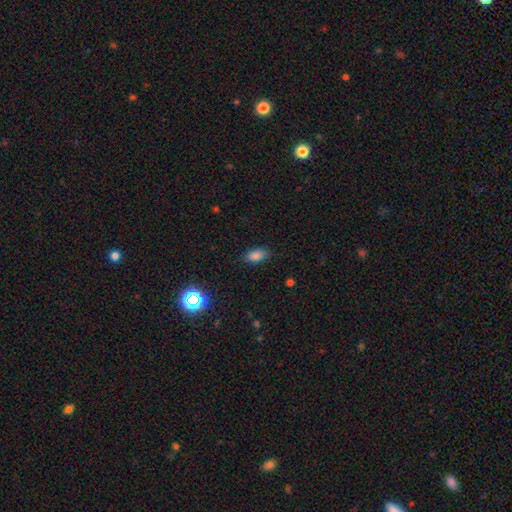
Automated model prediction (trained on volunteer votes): smooth 82%, star or artifact 12%, featured or disk 6%. Down the decision tree: how rounded — in between (90%); merging — none (84%).